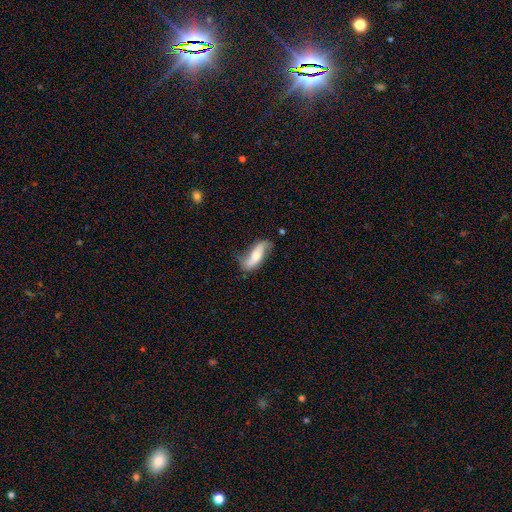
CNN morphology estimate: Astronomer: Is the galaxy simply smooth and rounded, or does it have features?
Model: featured or disk — 58% (runner-up: smooth, 36%).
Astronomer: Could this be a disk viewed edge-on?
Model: no — 82%.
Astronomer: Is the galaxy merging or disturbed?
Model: none — 60%.